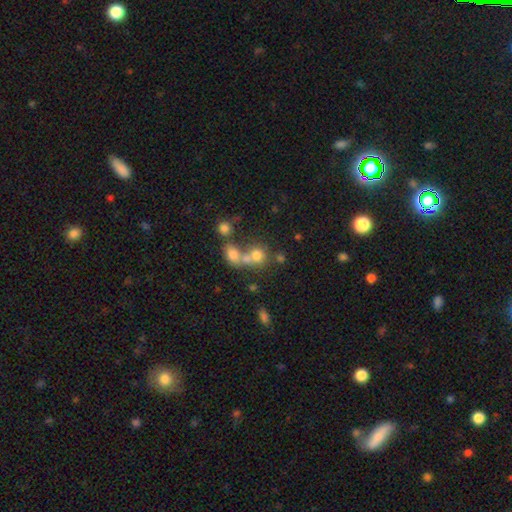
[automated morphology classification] Smooth or featured?
  - smooth: 68% *
  - star or artifact: 16%
  - featured or disk: 15%
How rounded?
  - round: 75% *
  - in between: 24%
  - cigar-shaped: 1%
Merging?
  - merger: 48% *
  - none: 38%
  - minor disturbance: 8%
  - major disturbance: 6%